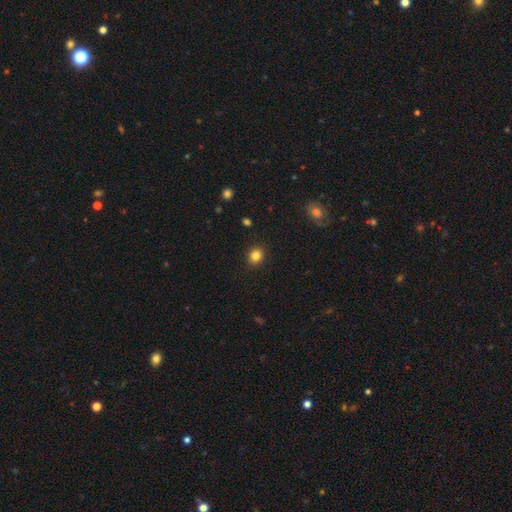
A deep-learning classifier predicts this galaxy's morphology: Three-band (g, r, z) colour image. It shows a smooth galaxy with no disk features (83%) that is round (83%). Merging: none (91%).